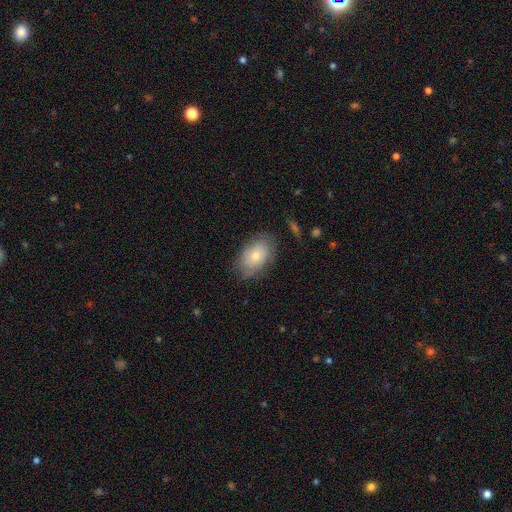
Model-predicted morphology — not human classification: Smooth or featured: smooth — 73% (featured or disk — 20%)
How rounded: in between — 89% (round — 10%)
Merging: none — 75% (minor disturbance — 19%)